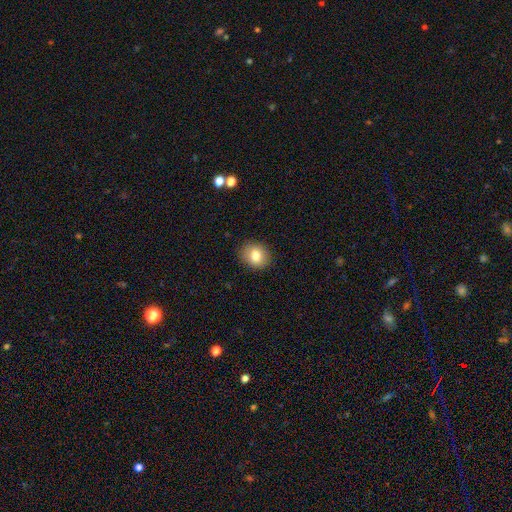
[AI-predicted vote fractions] smooth 80%, featured or disk 11%, star or artifact 9%. Down the decision tree: how rounded — round (60%); merging — none (88%).